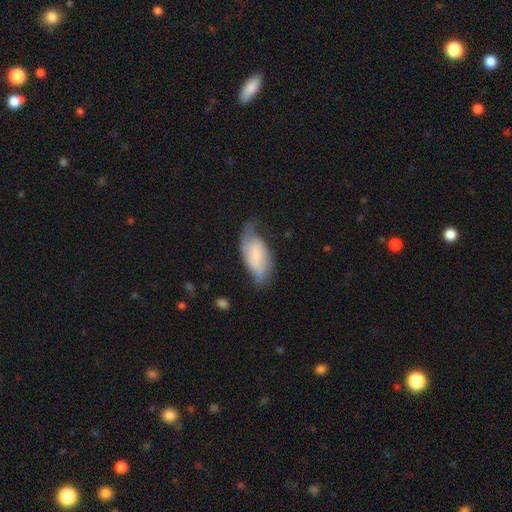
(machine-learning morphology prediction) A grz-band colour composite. It shows a featured or disk galaxy (53%). Merging: none (48%).